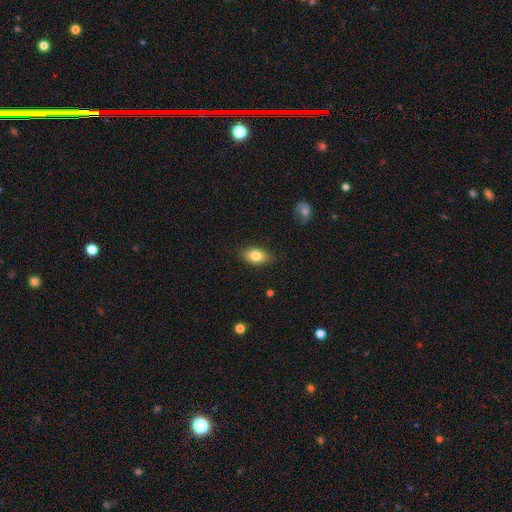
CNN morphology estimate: Smooth or featured? smooth (80%)
How rounded? in between (88%)
Merging? none (85%)